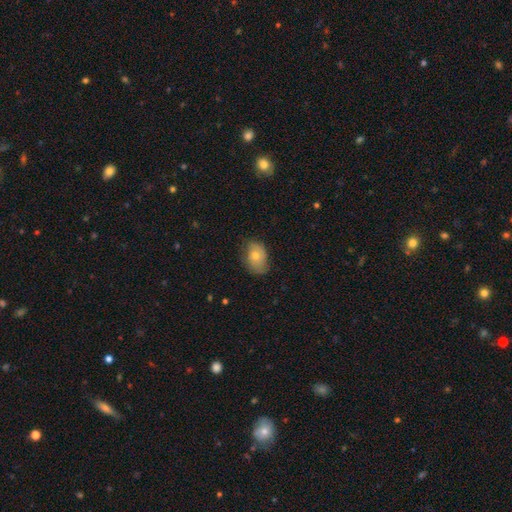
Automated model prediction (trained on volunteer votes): Overall: smooth (60%; featured or disk 30%). How rounded: in between (77%). Merging: none (68%).